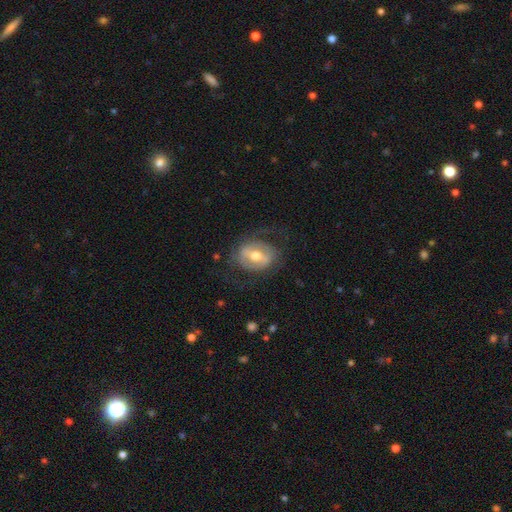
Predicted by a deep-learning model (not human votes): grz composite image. It shows a featured or disk galaxy (66%) with a strong bar (44%), spiral arms (51%) and a moderate central bulge (72%). Merging: none (66%).